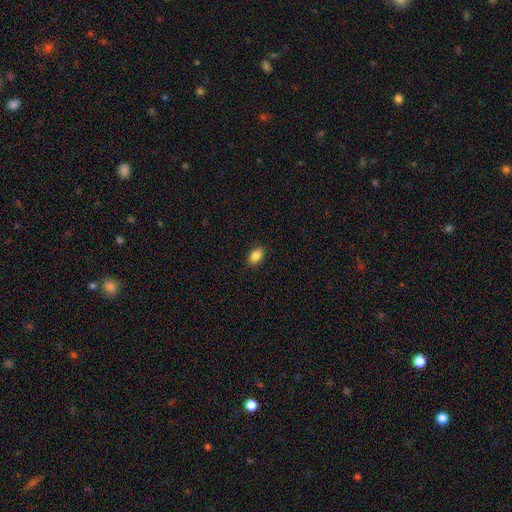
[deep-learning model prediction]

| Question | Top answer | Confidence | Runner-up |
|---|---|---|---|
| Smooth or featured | smooth | 85% | star or artifact (9%) |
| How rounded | in between | 83% | round (14%) |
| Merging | none | 87% | minor disturbance (10%) |